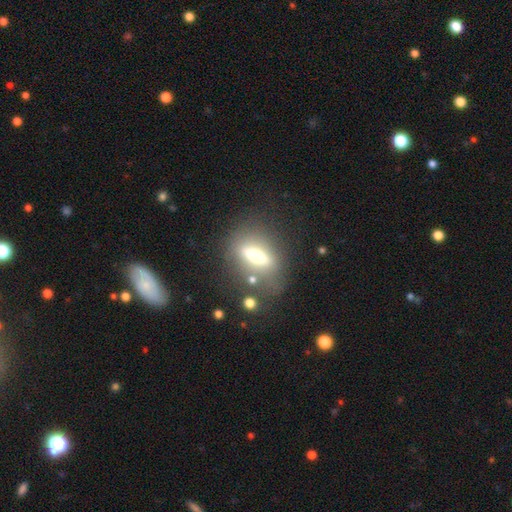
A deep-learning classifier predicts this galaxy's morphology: Smooth or featured? featured or disk (50%)
Edge-on disk? yes (59%)
Merging? none (73%)